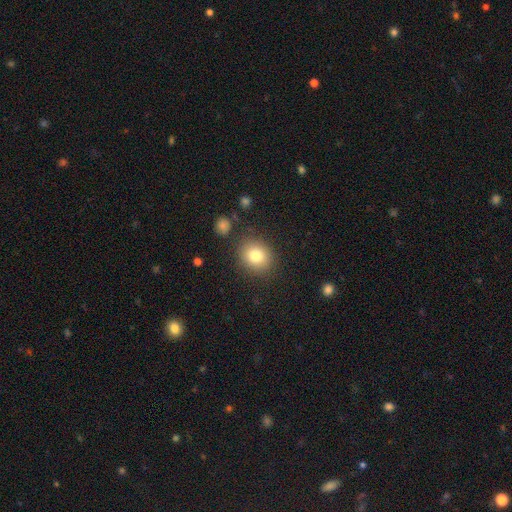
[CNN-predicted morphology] This appears to be a smooth galaxy with no disk features (80%) that is round (73%). Merging: none (84%).